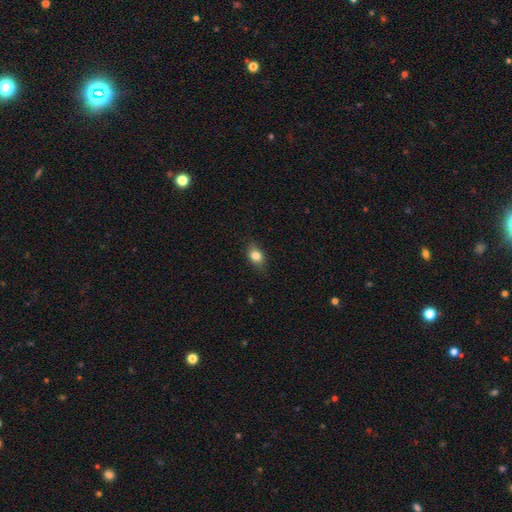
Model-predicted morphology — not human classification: Q: Smooth or featured?
A: smooth (80%); runner-up: featured or disk (11%)
Q: How rounded?
A: in between (70%); runner-up: round (26%)
Q: Merging?
A: none (78%); runner-up: minor disturbance (17%)